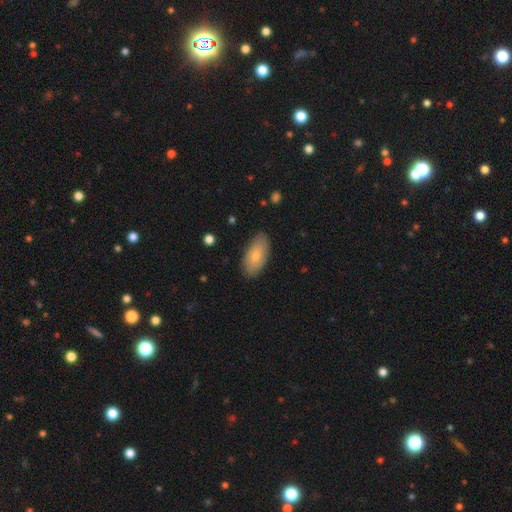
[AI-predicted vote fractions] The model was most divided on "smooth or featured": smooth: 77%, featured or disk: 18%, star or artifact: 6%. More confident: how rounded — in between (93%); merging — none (83%).